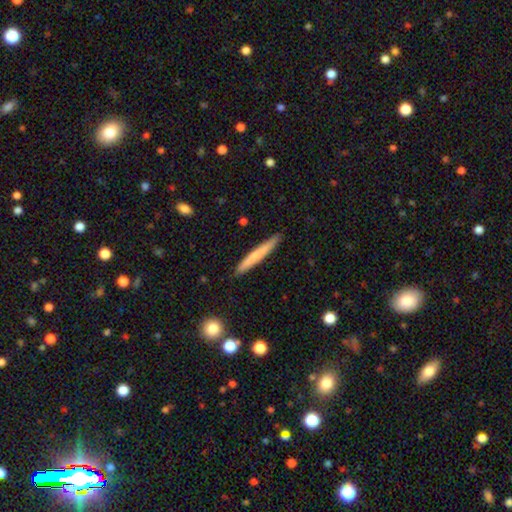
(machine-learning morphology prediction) smooth_or_featured: smooth (p=0.69) [alt: featured or disk p=0.26]
how_rounded: cigar-shaped (p=0.96) [alt: in between p=0.03]
merging: none (p=0.89) [alt: minor disturbance p=0.09]